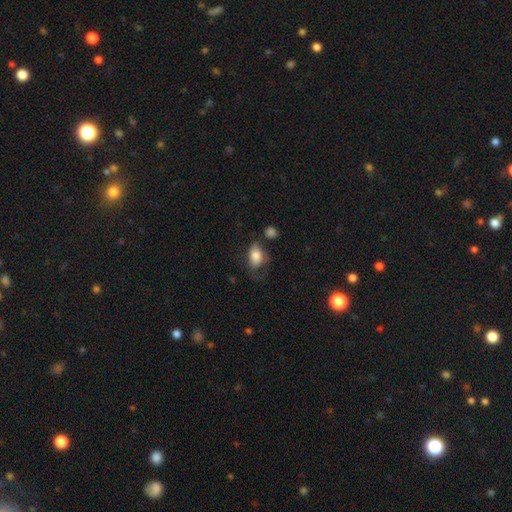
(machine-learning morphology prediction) This appears to be a smooth galaxy with no disk features (80%) that is in between round and cigar-shaped (84%). Merging: none (43%).